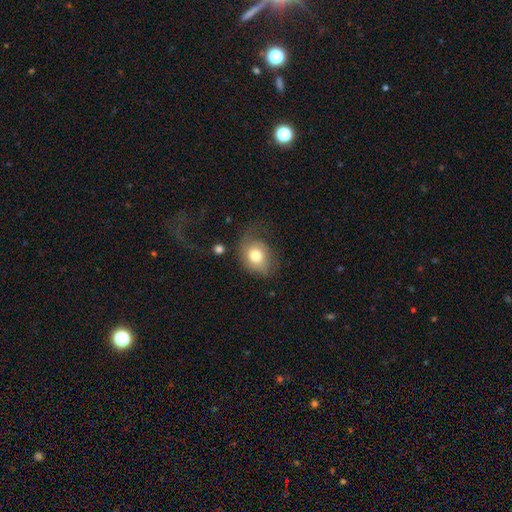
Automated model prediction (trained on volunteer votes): This appears to be a smooth galaxy with no disk features (72%) that is round (50%). Merging: none (45%).